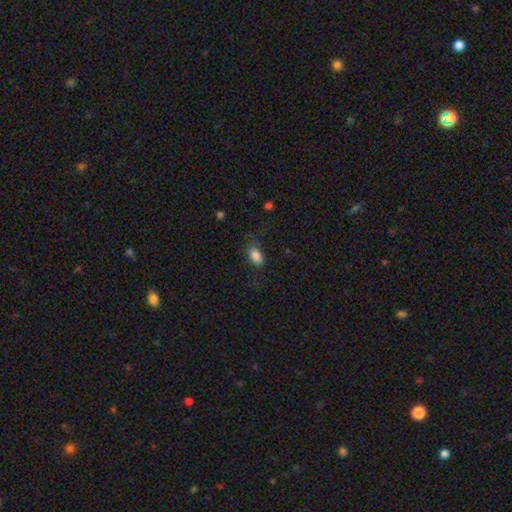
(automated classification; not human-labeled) Smooth or featured: smooth — 85% (star or artifact — 9%)
How rounded: in between — 88% (round — 10%)
Merging: none — 71% (minor disturbance — 20%)